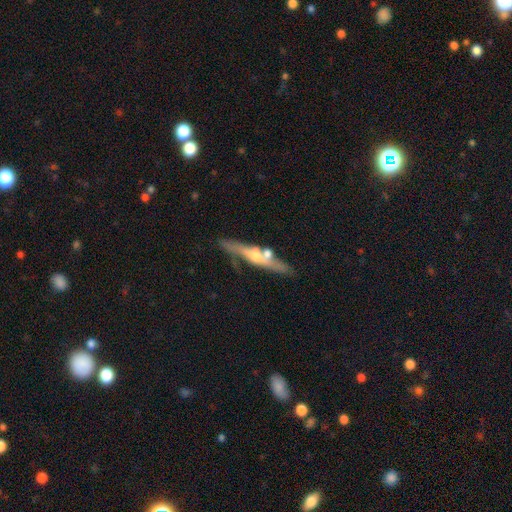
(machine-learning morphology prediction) Q: Smooth or featured?
A: featured or disk (63%); runner-up: smooth (30%)
Q: Edge-on disk?
A: yes (85%); runner-up: no (15%)
Q: Edge-on bulge?
A: rounded (82%); runner-up: none (10%)
Q: Merging?
A: none (58%); runner-up: merger (19%)